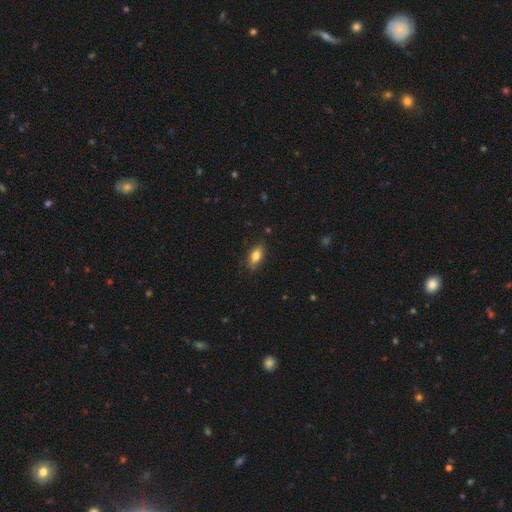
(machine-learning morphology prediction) Smooth or featured? Predicted: smooth (p=0.76). How rounded? Predicted: in between (p=0.80). Merging? Predicted: none (p=0.82).